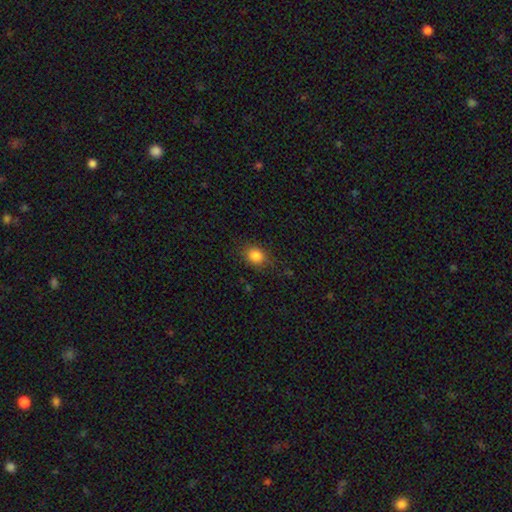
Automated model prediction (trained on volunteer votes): Overall: smooth (84%). How rounded: round (60%; in between 38%). Merging: none (80%).